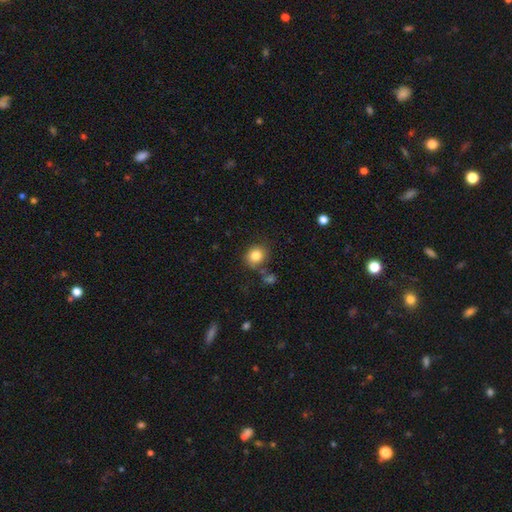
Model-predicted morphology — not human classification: A smooth galaxy with no disk features (83%) that is round (78%).

Vote fractions:
- Smooth or featured? smooth: 83% / star or artifact: 11% / featured or disk: 7%
- How rounded? round: 78% / in between: 22% / cigar-shaped: 1%
- Merging? none: 76% / minor disturbance: 14% / merger: 6% / major disturbance: 4%